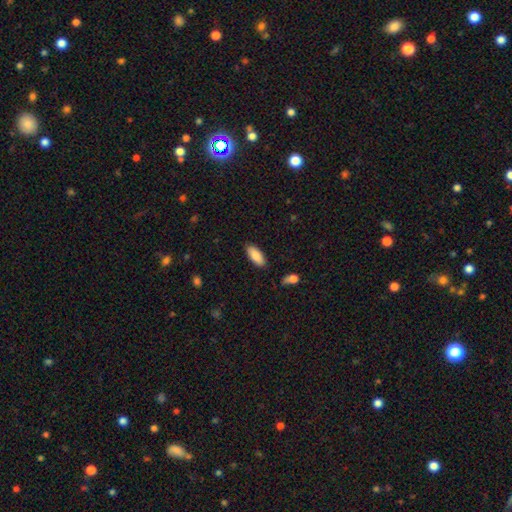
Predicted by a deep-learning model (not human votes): Morphology: type=smooth (86%); roundness=in between (82%); merging=none (85%).